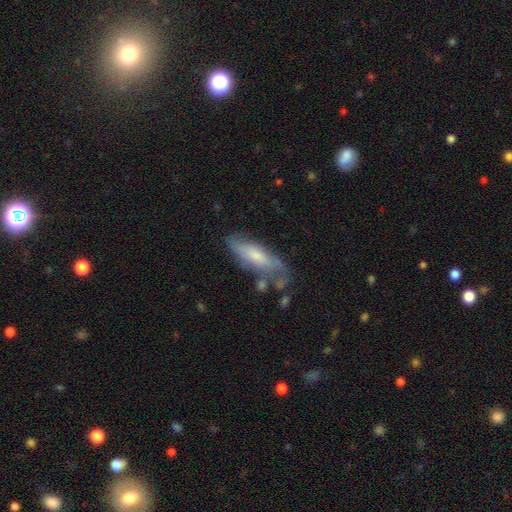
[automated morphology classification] This appears to be a smooth galaxy with no disk features (54%) that is in between round and cigar-shaped (50%). Merging: none (52%).